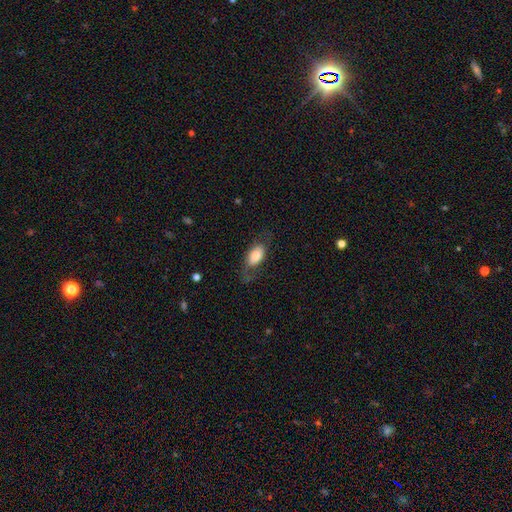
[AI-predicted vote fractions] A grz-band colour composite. It shows a smooth galaxy with no disk features (63%) that is in between round and cigar-shaped (89%). Merging: none (58%).